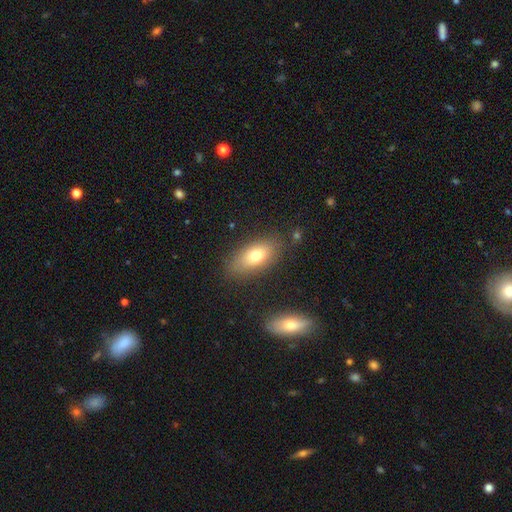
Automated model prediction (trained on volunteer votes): smooth-or-featured: smooth: 73% | featured or disk: 18% | star or artifact: 9%
  how-rounded: in between: 87% | cigar-shaped: 7% | round: 6%
  merging: none: 81% | minor disturbance: 12% | major disturbance: 4% | merger: 3%